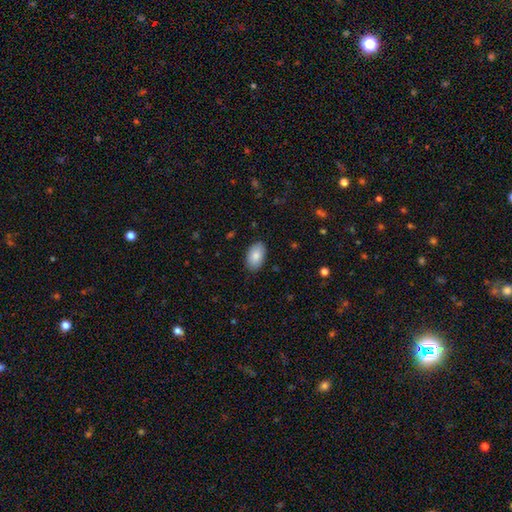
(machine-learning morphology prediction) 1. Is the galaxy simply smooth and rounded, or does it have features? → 85% smooth, 8% featured or disk, 6% star or artifact.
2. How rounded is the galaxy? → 94% in between, 5% round, 1% cigar-shaped.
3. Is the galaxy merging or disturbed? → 87% none, 10% minor disturbance, 2% major disturbance, 1% merger.